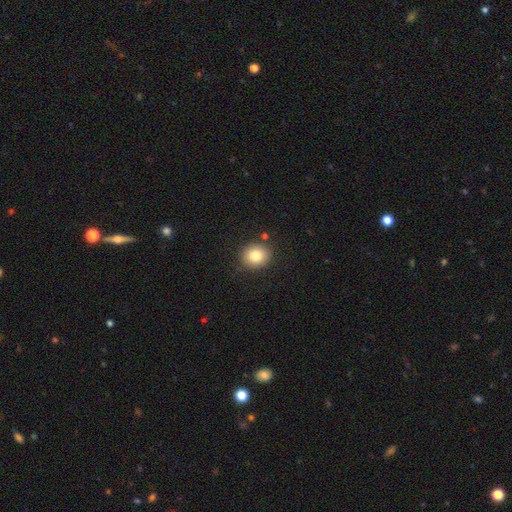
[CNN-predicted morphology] Q: Smooth or featured?
A: smooth (82%); runner-up: star or artifact (10%)
Q: How rounded?
A: round (74%); runner-up: in between (25%)
Q: Merging?
A: none (84%); runner-up: minor disturbance (10%)